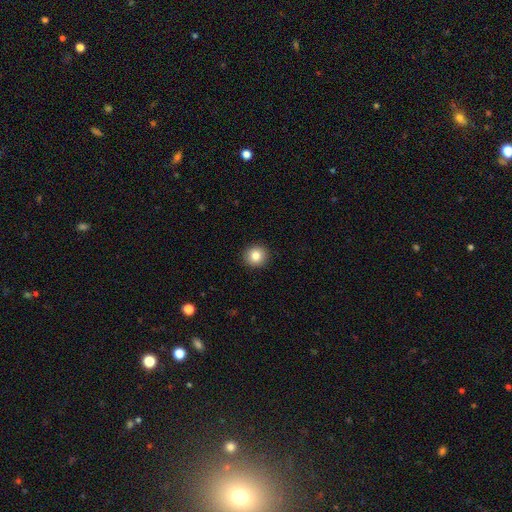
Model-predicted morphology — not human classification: smooth-or-featured: smooth: 83% | star or artifact: 10% | featured or disk: 7%
  how-rounded: round: 92% | in between: 7% | cigar-shaped: 1%
  merging: none: 93% | minor disturbance: 5% | major disturbance: 2% | merger: 1%